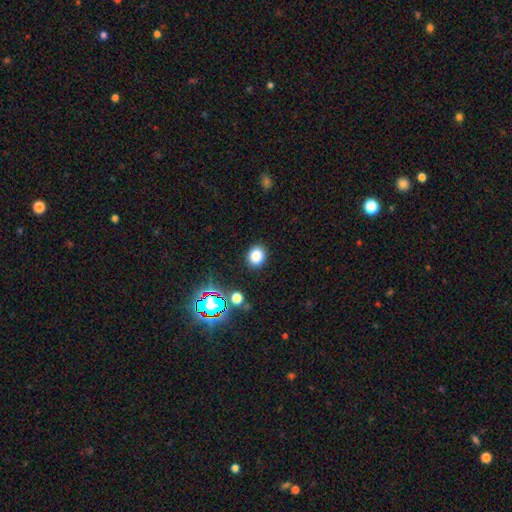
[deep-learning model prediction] Smooth or featured?
  - smooth: 80% *
  - star or artifact: 15%
  - featured or disk: 5%
How rounded?
  - round: 65% *
  - in between: 34%
  - cigar-shaped: 1%
Merging?
  - none: 89% *
  - minor disturbance: 7%
  - major disturbance: 3%
  - merger: 1%